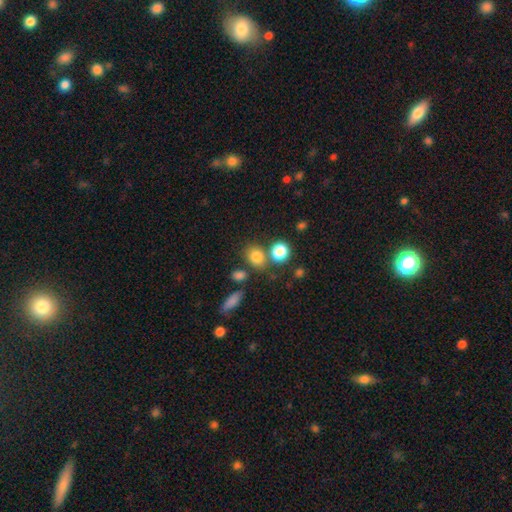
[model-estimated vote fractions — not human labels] smooth-or-featured: smooth: 79% | star or artifact: 13% | featured or disk: 7%
  how-rounded: round: 59% | in between: 40% | cigar-shaped: 1%
  merging: none: 64% | merger: 20% | minor disturbance: 11% | major disturbance: 4%